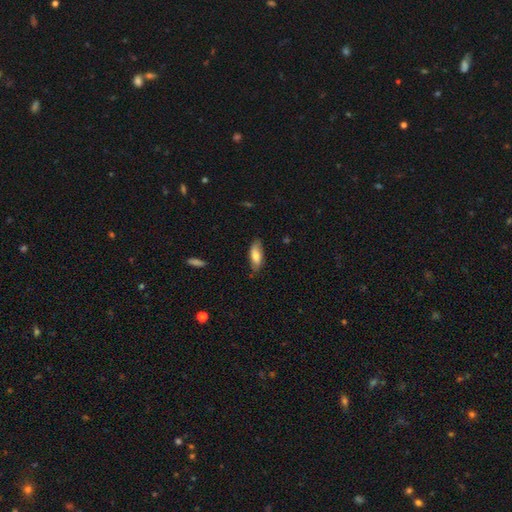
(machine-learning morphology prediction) type=smooth (72%); roundness=in between (77%); merging=none (75%).